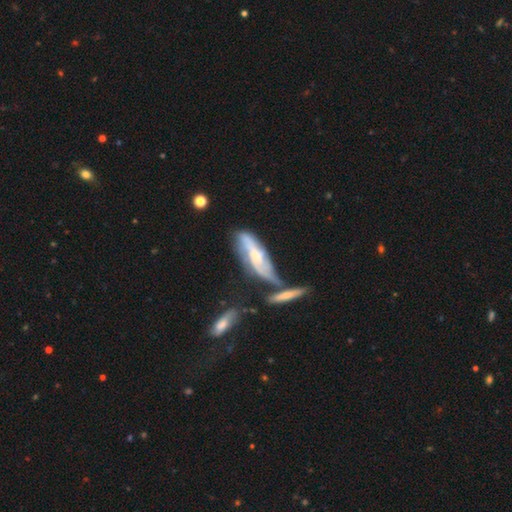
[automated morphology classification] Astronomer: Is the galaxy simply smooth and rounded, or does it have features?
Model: featured or disk — 63%.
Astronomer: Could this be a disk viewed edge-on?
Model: no — 67%.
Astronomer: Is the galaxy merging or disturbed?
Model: none — 34% (runner-up: merger, 31%).